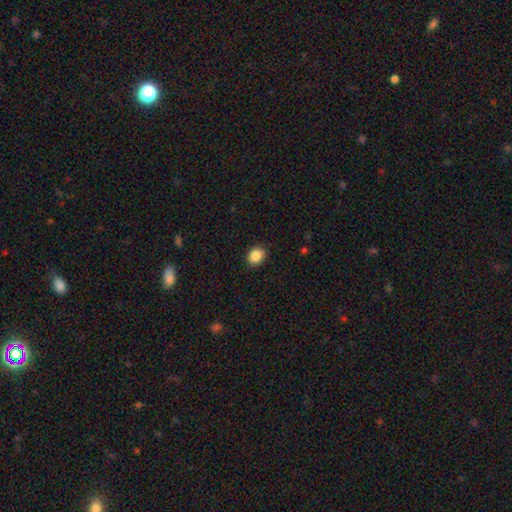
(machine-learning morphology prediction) smooth_or_featured: smooth (p=0.87) [alt: star or artifact p=0.09]
how_rounded: round (p=0.53) [alt: in between p=0.47]
merging: none (p=0.89) [alt: minor disturbance p=0.08]